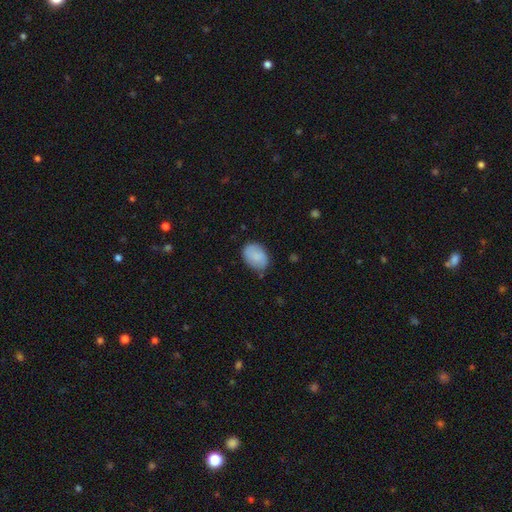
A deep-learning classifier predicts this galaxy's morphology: Smooth or featured: smooth — 81% (featured or disk — 13%)
How rounded: in between — 75% (round — 24%)
Merging: none — 70% (minor disturbance — 23%)